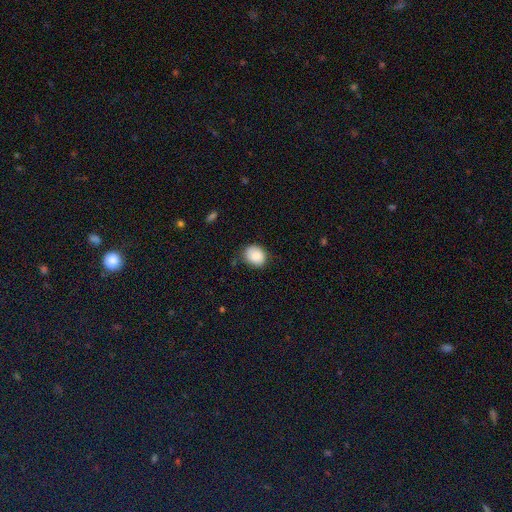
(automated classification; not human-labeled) smooth_or_featured: smooth (p=0.85) [alt: star or artifact p=0.08]
how_rounded: round (p=0.55) [alt: in between p=0.44]
merging: none (p=0.75) [alt: minor disturbance p=0.19]